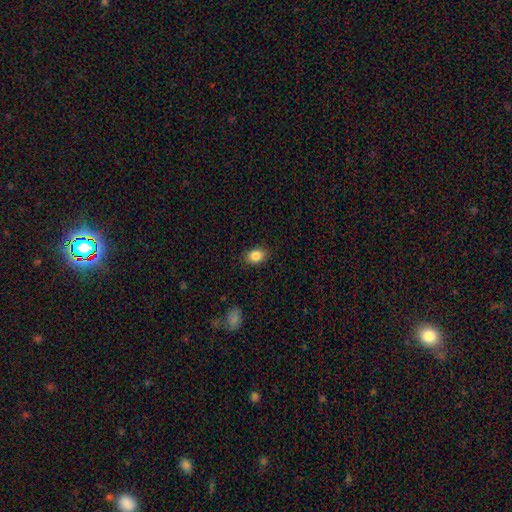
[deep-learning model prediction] smooth-or-featured: smooth: 85% | star or artifact: 9% | featured or disk: 6%
  how-rounded: in between: 76% | round: 22% | cigar-shaped: 1%
  merging: none: 87% | minor disturbance: 10% | major disturbance: 2% | merger: 1%